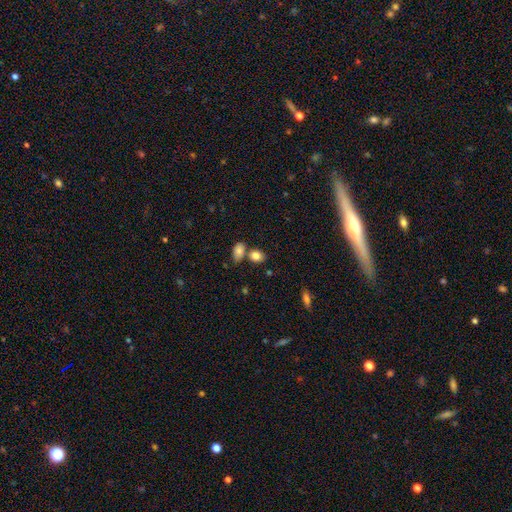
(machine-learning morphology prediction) smooth-or-featured: smooth: 83% | star or artifact: 9% | featured or disk: 7%
  how-rounded: in between: 64% | round: 34% | cigar-shaped: 2%
  merging: none: 55% | merger: 30% | minor disturbance: 11% | major disturbance: 4%